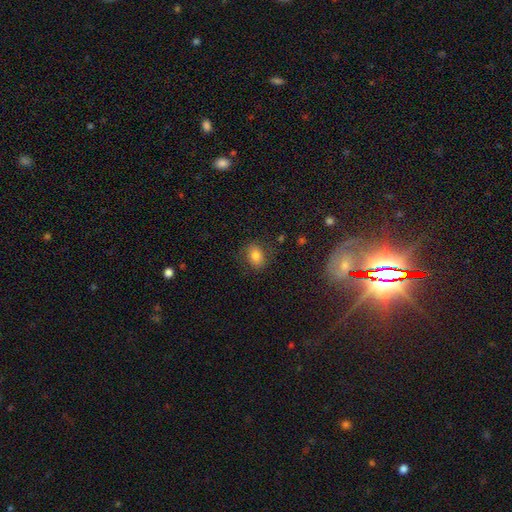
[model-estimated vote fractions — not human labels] smooth_or_featured: smooth (p=0.78) [alt: star or artifact p=0.12]
how_rounded: in between (p=0.65) [alt: round p=0.34]
merging: none (p=0.80) [alt: minor disturbance p=0.14]